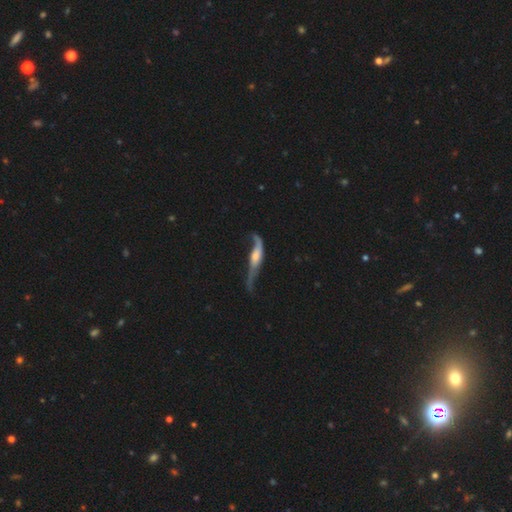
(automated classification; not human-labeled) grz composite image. It shows a featured or disk galaxy (76%). Merging: none (41%).